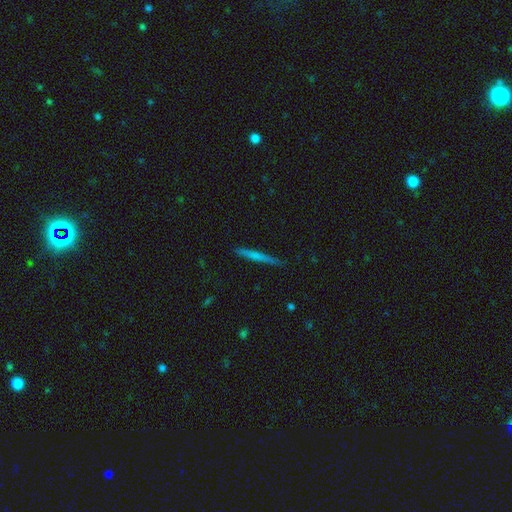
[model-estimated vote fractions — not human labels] Overall: smooth (55%; featured or disk 39%). How rounded: cigar-shaped (96%). Merging: none (88%).